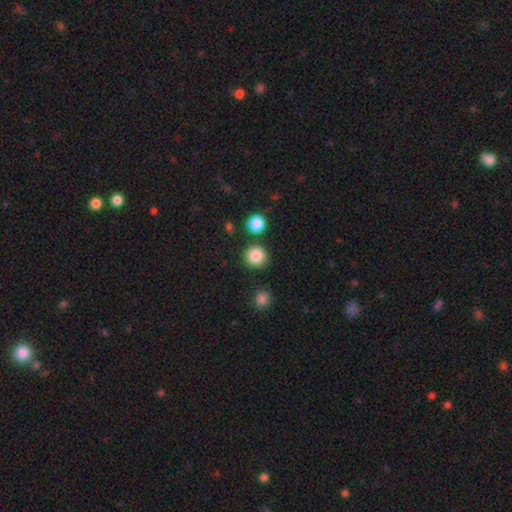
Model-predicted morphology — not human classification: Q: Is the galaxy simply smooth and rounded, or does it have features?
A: smooth — 86%.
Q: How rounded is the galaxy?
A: round — 93%.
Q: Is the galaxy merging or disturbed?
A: none — 87%.